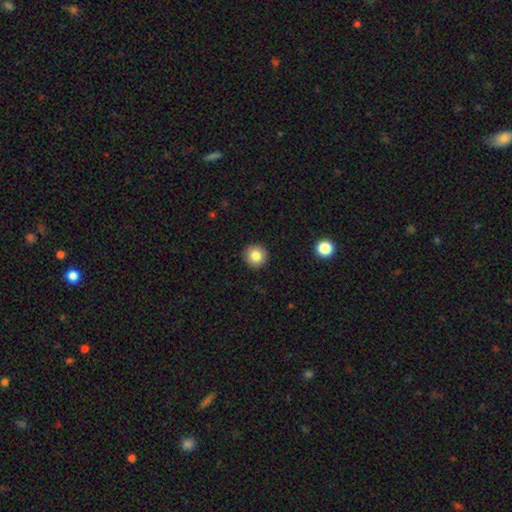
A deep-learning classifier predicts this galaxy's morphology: smooth-or-featured: smooth: 83% | star or artifact: 10% | featured or disk: 8%
  how-rounded: round: 95% | in between: 4% | cigar-shaped: 1%
  merging: none: 93% | minor disturbance: 5% | major disturbance: 2% | merger: 1%